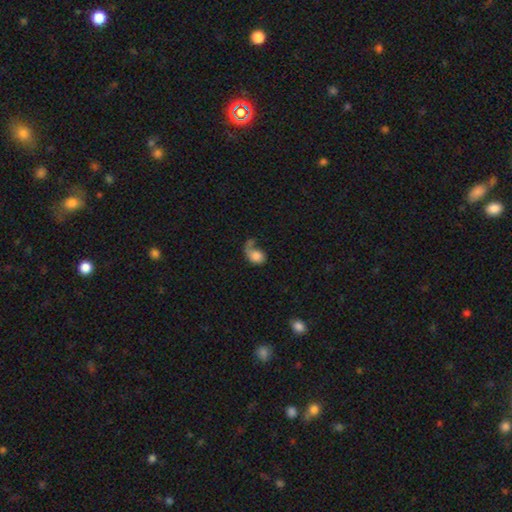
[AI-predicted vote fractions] This appears to be a smooth galaxy with no disk features (63%) that is in between round and cigar-shaped (62%). Merging: major disturbance (47%).